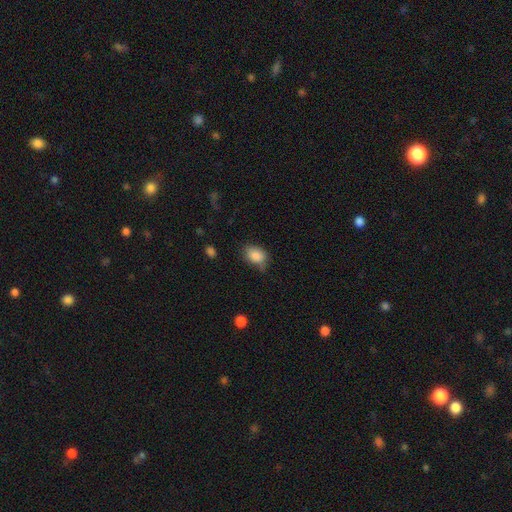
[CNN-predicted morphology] Smooth or featured?
  - smooth: 86% *
  - star or artifact: 9%
  - featured or disk: 6%
How rounded?
  - in between: 73% *
  - round: 26%
  - cigar-shaped: 1%
Merging?
  - none: 59% *
  - minor disturbance: 30%
  - major disturbance: 7%
  - merger: 4%